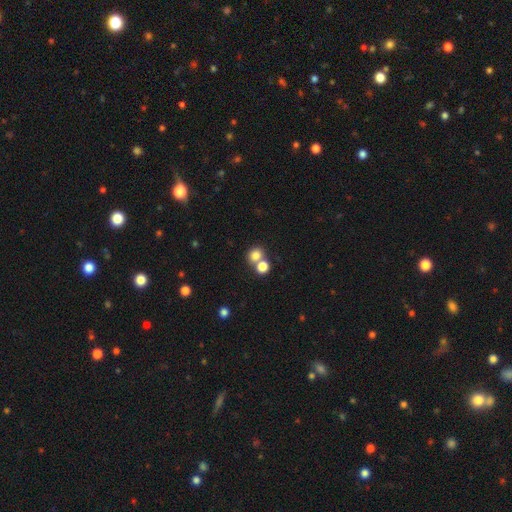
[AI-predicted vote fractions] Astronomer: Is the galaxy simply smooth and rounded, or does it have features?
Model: smooth — 79%.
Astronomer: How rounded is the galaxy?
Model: round — 73%.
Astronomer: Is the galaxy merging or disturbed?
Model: merger — 46% (runner-up: none, 44%).